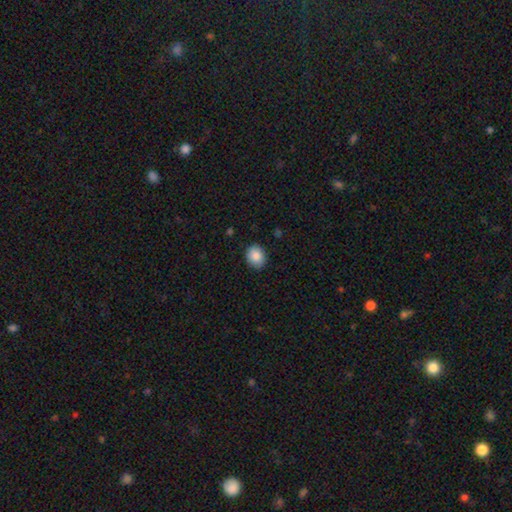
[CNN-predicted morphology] The model was most divided on "how rounded": round: 58%, in between: 41%, cigar-shaped: 1%. More confident: smooth or featured — smooth (88%); merging — none (87%).